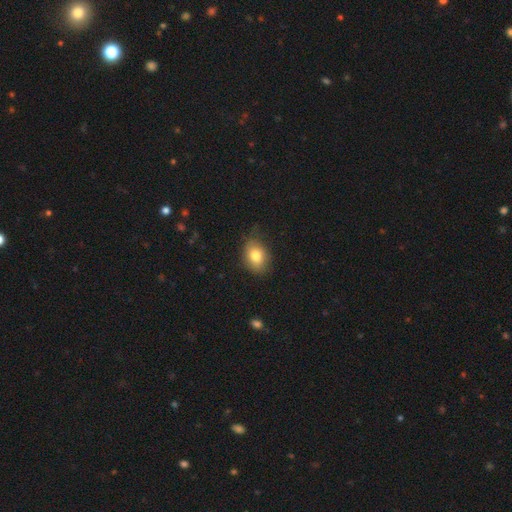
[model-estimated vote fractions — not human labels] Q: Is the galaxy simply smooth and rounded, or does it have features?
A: smooth — 80%.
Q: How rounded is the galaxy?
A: in between — 74%.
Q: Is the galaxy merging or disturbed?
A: none — 74%.